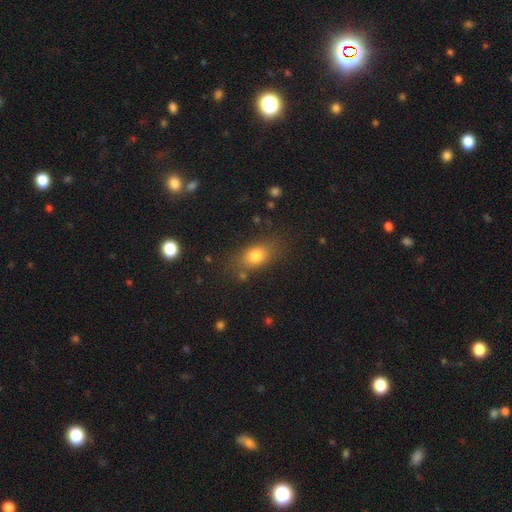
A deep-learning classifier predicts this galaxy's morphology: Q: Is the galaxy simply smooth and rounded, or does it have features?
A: smooth — 77%.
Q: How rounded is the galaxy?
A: in between — 75%.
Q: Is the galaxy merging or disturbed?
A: none — 78%.